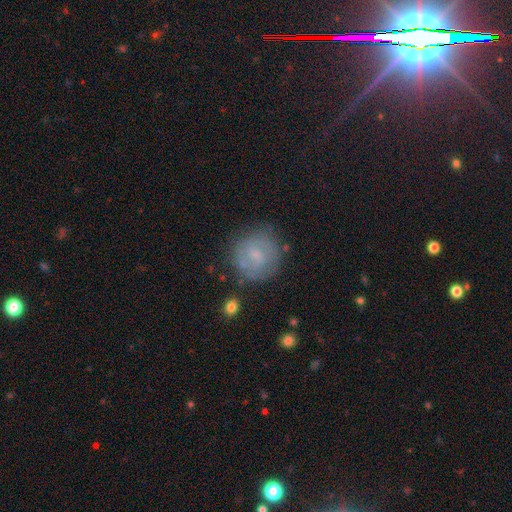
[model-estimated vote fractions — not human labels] A smooth galaxy with no disk features (48%). Merging: none (72%).